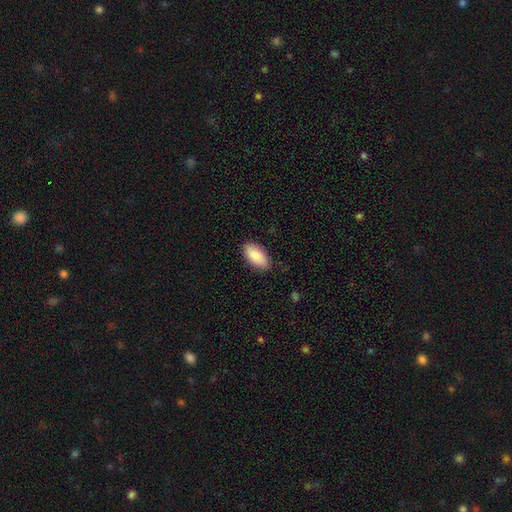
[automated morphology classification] Overall: smooth (87%). How rounded: in between (93%). Merging: none (86%).